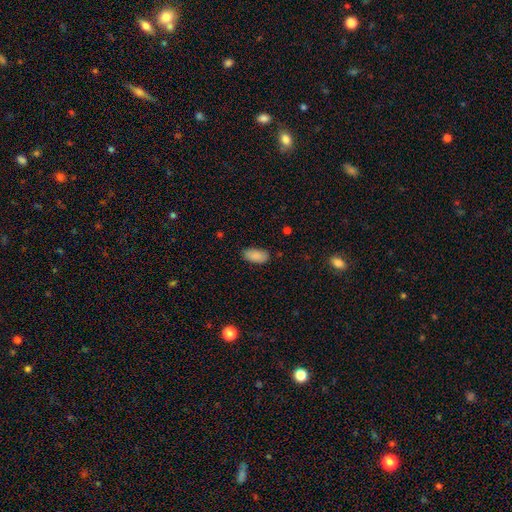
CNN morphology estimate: Smooth or featured? Predicted: smooth (p=0.89). How rounded? Predicted: in between (p=0.93). Merging? Predicted: none (p=0.83).